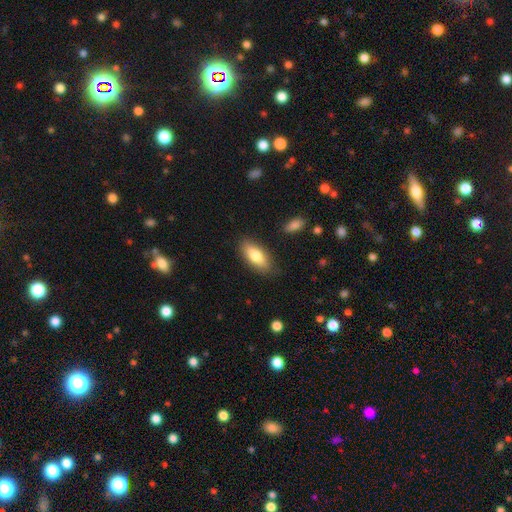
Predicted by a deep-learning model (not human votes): Smooth or featured? smooth (78%)
How rounded? in between (80%)
Merging? none (84%)